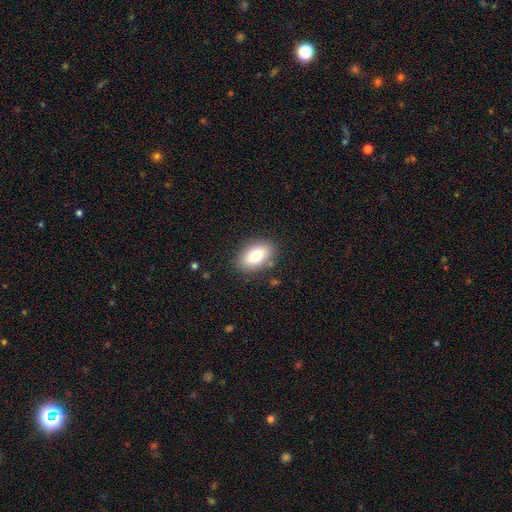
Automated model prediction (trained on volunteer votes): The model was most divided on "smooth or featured": smooth: 77%, featured or disk: 15%, star or artifact: 8%. More confident: how rounded — in between (89%); merging — none (85%).